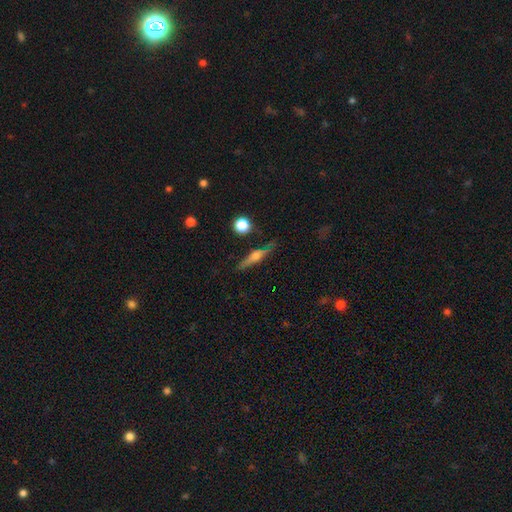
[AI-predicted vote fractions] smooth-or-featured: featured or disk: 58% | smooth: 32% | star or artifact: 9%
  disk-edge-on: yes: 94% | no: 6%
    edge-on-bulge: rounded: 83% | boxy: 10% | none: 7%
  merging: none: 78% | minor disturbance: 15% | major disturbance: 5% | merger: 3%